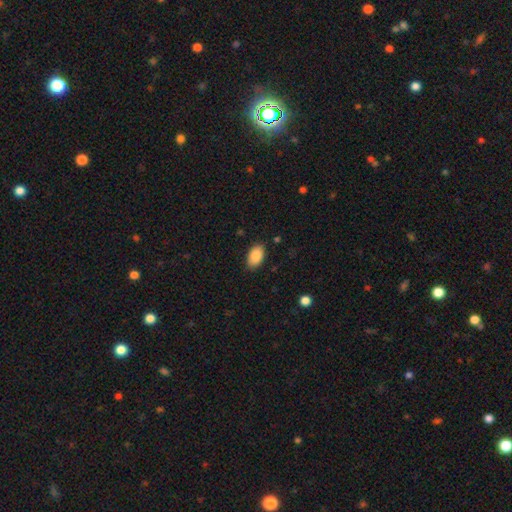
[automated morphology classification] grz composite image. It shows a smooth galaxy with no disk features (88%) that is in between round and cigar-shaped (93%). Merging: none (85%).